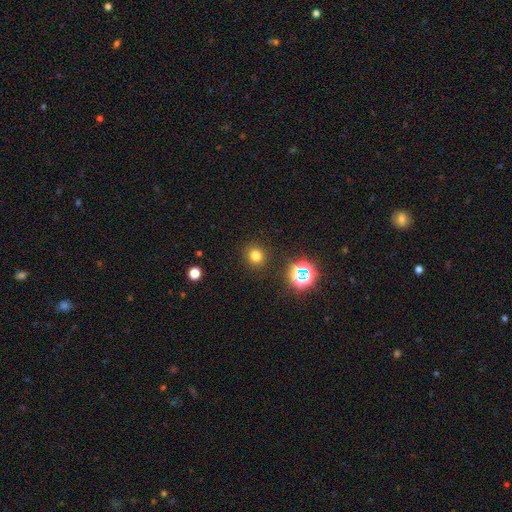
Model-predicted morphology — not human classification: A smooth galaxy with no disk features (74%) that is round (86%). Merging: none (90%).